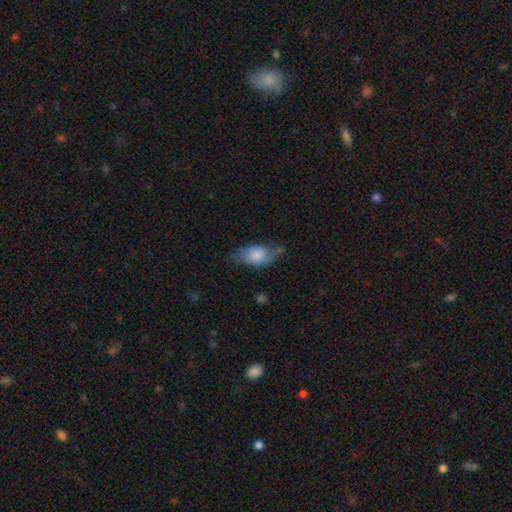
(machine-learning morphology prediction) smooth-or-featured: smooth: 61% | featured or disk: 31% | star or artifact: 8%
  how-rounded: in between: 84% | round: 10% | cigar-shaped: 6%
  merging: none: 53% | minor disturbance: 31% | major disturbance: 13% | merger: 2%